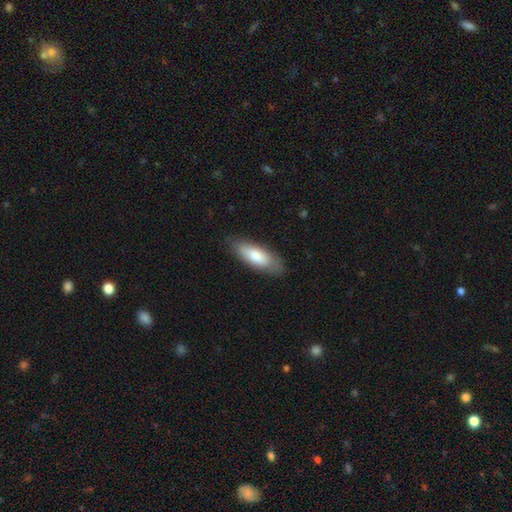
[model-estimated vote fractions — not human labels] Q: Smooth or featured?
A: smooth (77%); runner-up: featured or disk (17%)
Q: How rounded?
A: in between (68%); runner-up: cigar-shaped (30%)
Q: Merging?
A: none (82%); runner-up: minor disturbance (14%)